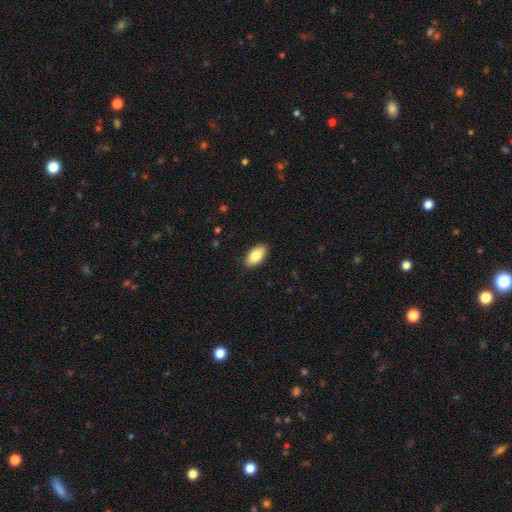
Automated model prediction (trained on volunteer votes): Smooth or featured? Predicted: smooth (p=0.85). How rounded? Predicted: in between (p=0.95). Merging? Predicted: none (p=0.89).